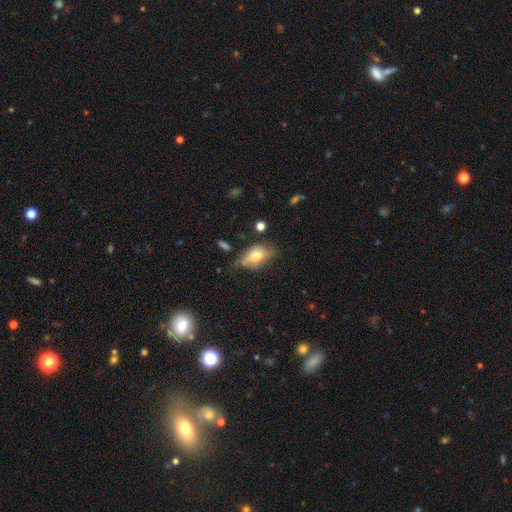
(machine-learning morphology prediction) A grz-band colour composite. It shows a smooth galaxy with no disk features (68%) that is in between round and cigar-shaped (87%). Merging: none (44%).